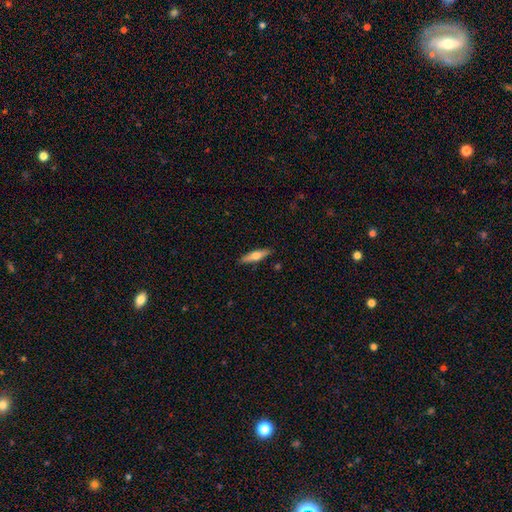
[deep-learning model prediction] Smooth or featured? smooth (51%)
How rounded? cigar-shaped (74%)
Merging? none (88%)